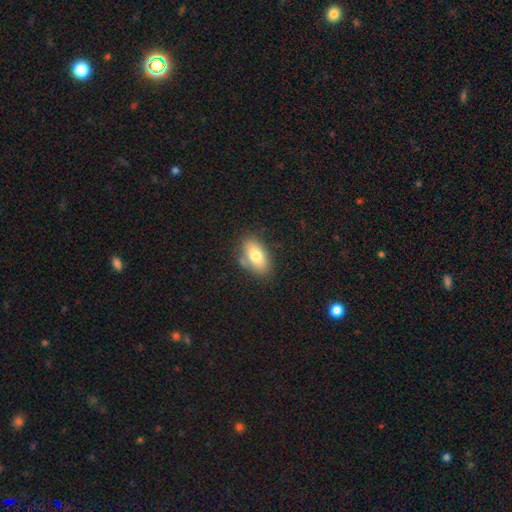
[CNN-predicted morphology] This is likely a smooth galaxy (77%). How rounded: clearly in between (90%). Merging: likely none (74%).